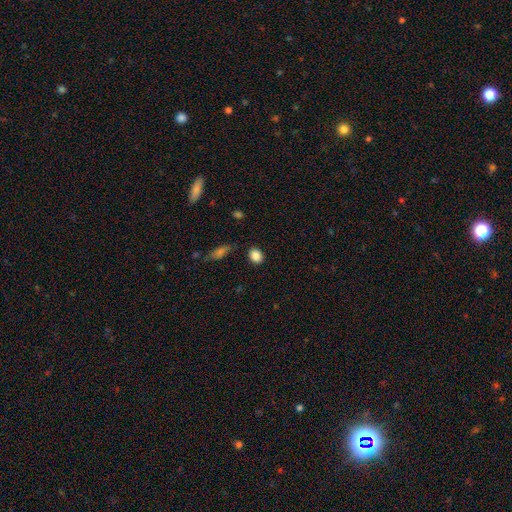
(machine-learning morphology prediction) smooth-or-featured: smooth: 87% | star or artifact: 9% | featured or disk: 4%
  how-rounded: in between: 52% | round: 46% | cigar-shaped: 2%
  merging: none: 85% | minor disturbance: 10% | major disturbance: 3% | merger: 2%